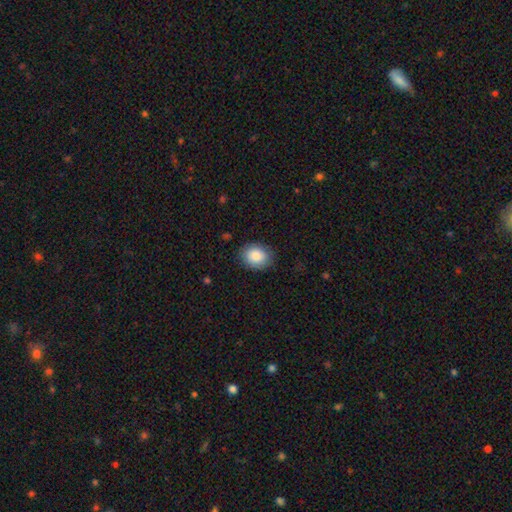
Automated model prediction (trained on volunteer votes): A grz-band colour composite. It shows a smooth galaxy with no disk features (86%) that is in between round and cigar-shaped (53%). Merging: none (85%).